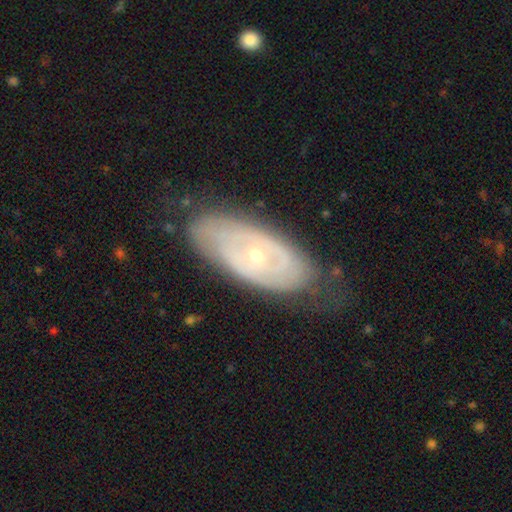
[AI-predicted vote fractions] Q: Smooth or featured?
A: featured or disk (74%); runner-up: smooth (20%)
Q: Edge-on disk?
A: no (89%); runner-up: yes (11%)
Q: Bar?
A: no (81%); runner-up: weak (14%)
Q: Spiral arms?
A: yes (57%); runner-up: no (43%)
Q: Bulge size?
A: small (61%); runner-up: moderate (36%)
Q: Merging?
A: none (70%); runner-up: minor disturbance (22%)